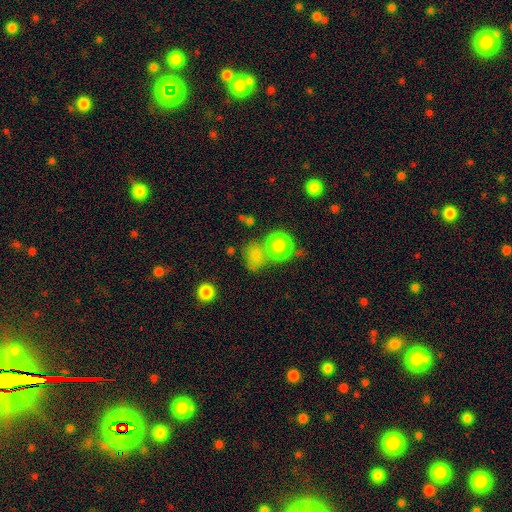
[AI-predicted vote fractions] Smooth or featured: smooth — 76% (star or artifact — 16%)
How rounded: round — 61% (in between — 38%)
Merging: none — 51% (merger — 27%)